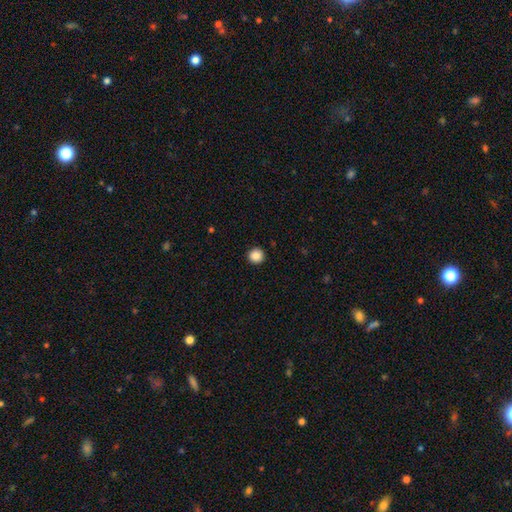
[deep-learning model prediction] smooth_or_featured: smooth (p=0.87) [alt: star or artifact p=0.10]
how_rounded: round (p=0.95) [alt: in between p=0.04]
merging: none (p=0.93) [alt: minor disturbance p=0.05]